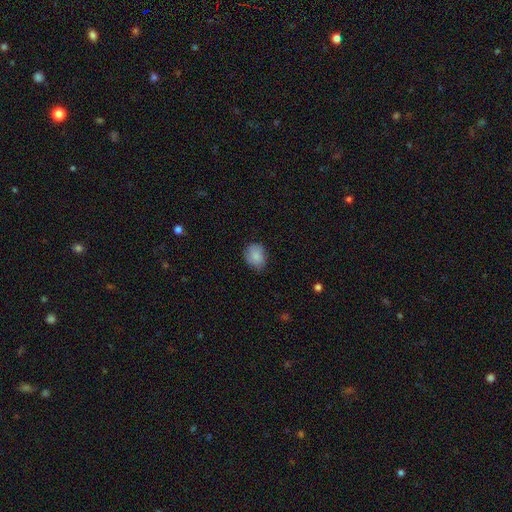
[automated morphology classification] Smooth or featured?
  - smooth: 85% *
  - star or artifact: 8%
  - featured or disk: 7%
How rounded?
  - round: 55% *
  - in between: 44%
  - cigar-shaped: 1%
Merging?
  - none: 72% *
  - minor disturbance: 22%
  - major disturbance: 4%
  - merger: 1%